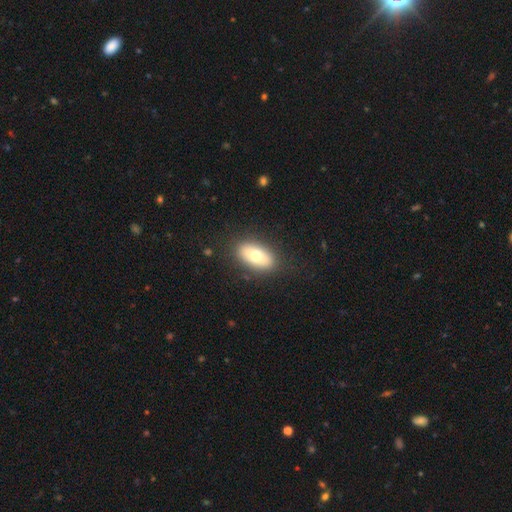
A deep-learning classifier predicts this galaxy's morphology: The model was most divided on "smooth or featured": smooth: 70%, featured or disk: 23%, star or artifact: 8%. More confident: how rounded — in between (89%); merging — none (87%).